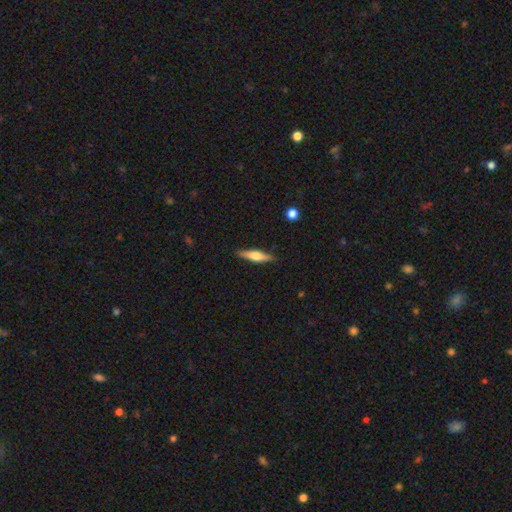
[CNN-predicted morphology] Smooth or featured?
  - featured or disk: 52% *
  - smooth: 42%
  - star or artifact: 6%
Edge-on disk?
  - yes: 96% *
  - no: 4%
Merging?
  - none: 89% *
  - minor disturbance: 8%
  - major disturbance: 2%
  - merger: 1%